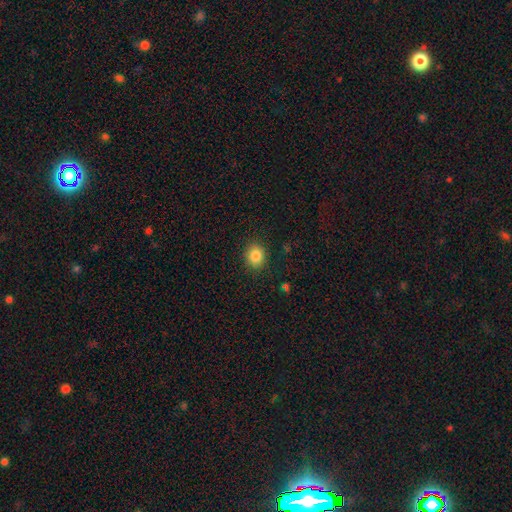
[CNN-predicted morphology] type=smooth (85%); roundness=round (69%); merging=none (89%).